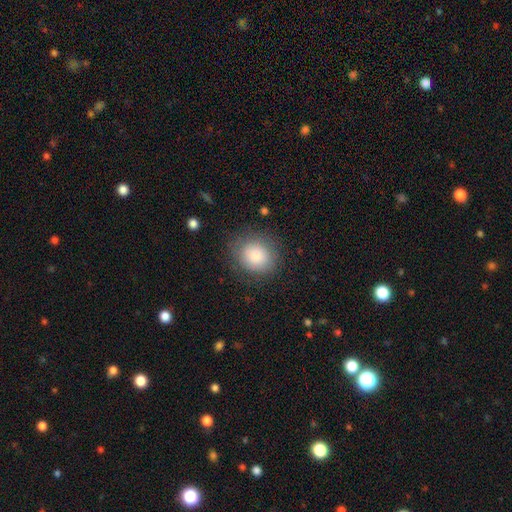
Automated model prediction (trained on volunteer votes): A smooth galaxy with no disk features (81%) that is round (71%). Merging: none (80%).